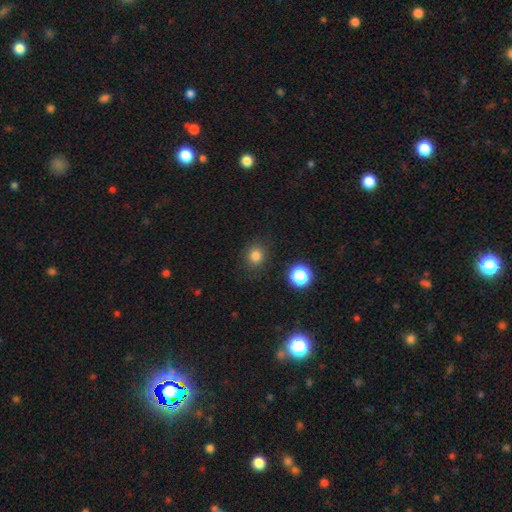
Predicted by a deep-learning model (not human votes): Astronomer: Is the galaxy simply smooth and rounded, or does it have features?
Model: smooth — 81%.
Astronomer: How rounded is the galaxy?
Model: round — 80%.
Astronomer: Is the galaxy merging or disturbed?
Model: none — 86%.